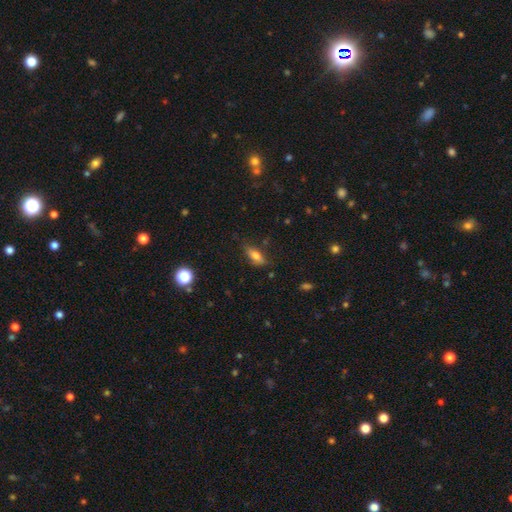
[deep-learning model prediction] Smooth or featured? smooth (72%)
How rounded? in between (72%)
Merging? none (71%)